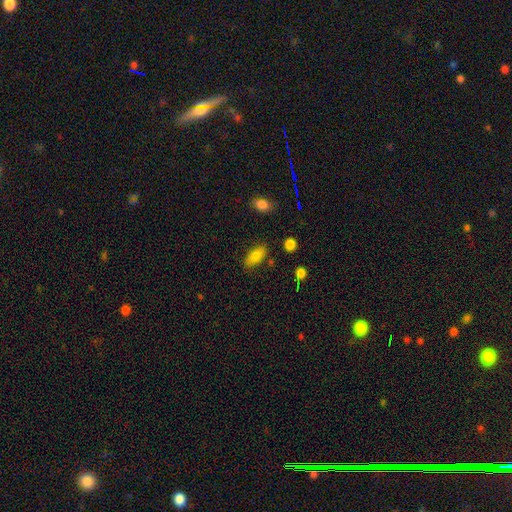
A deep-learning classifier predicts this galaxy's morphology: A smooth galaxy with no disk features (79%) that is in between round and cigar-shaped (86%).

Vote fractions:
- Smooth or featured? smooth: 79% / featured or disk: 12% / star or artifact: 9%
- How rounded? in between: 86% / cigar-shaped: 11% / round: 4%
- Merging? none: 82% / minor disturbance: 12% / merger: 3% / major disturbance: 3%